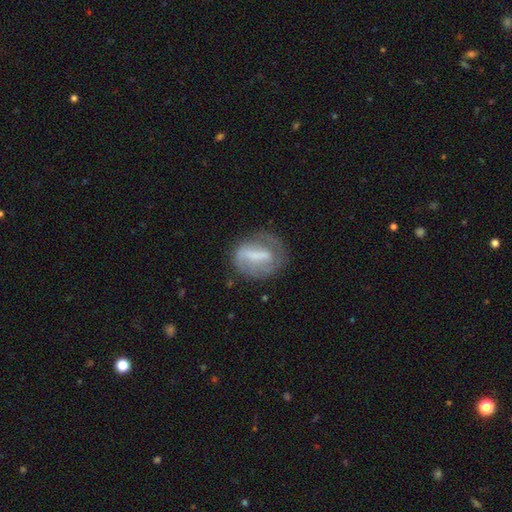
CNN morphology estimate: Overall: featured or disk (56%; smooth 36%). Edge-on disk: no (93%). Bar: strong (58%; weak 28%). Spiral arms: no (52%; yes 48%). Bulge size: none (38%; small 28%). Merging: none (56%; minor disturbance 23%).